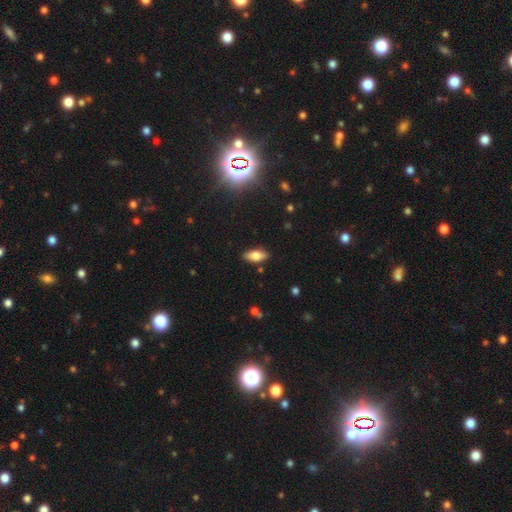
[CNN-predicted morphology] smooth 71%, featured or disk 21%, star or artifact 8%. Down the decision tree: how rounded — in between (84%); merging — none (87%).